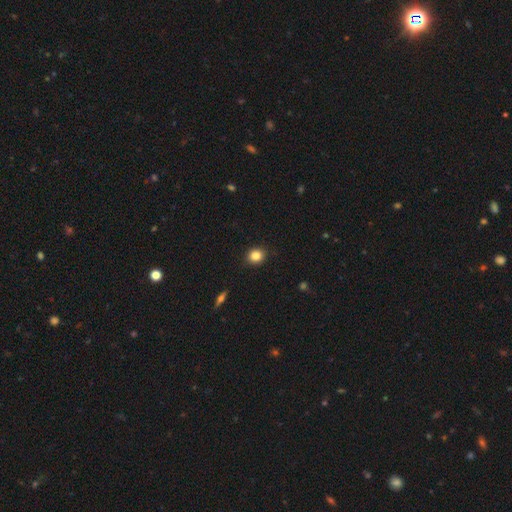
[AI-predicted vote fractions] Smooth or featured: smooth — 83% (star or artifact — 11%)
How rounded: round — 78% (in between — 21%)
Merging: none — 90% (minor disturbance — 7%)